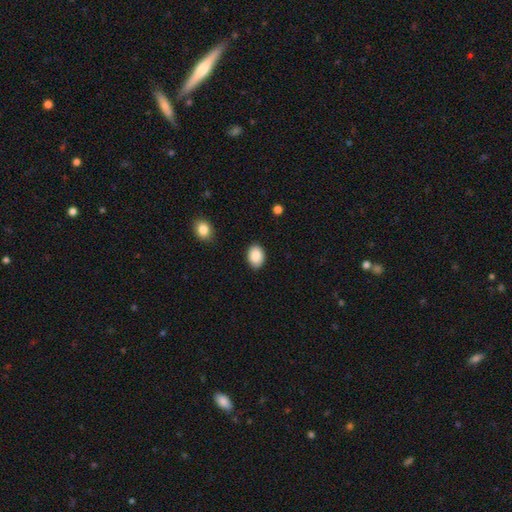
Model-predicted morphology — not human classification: Smooth or featured? smooth (89%)
How rounded? in between (77%)
Merging? none (87%)